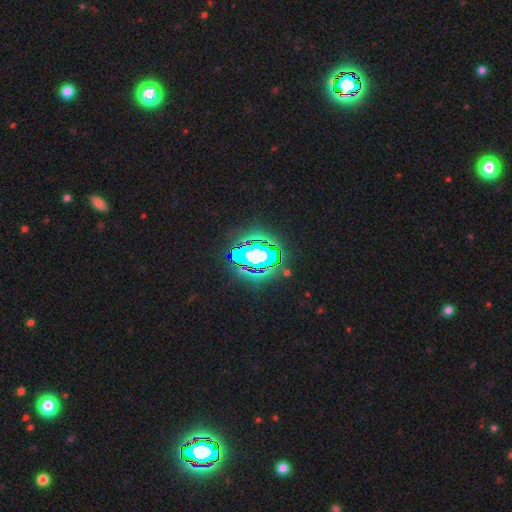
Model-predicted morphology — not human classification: smooth-or-featured: star or artifact: 60% | featured or disk: 22% | smooth: 19%